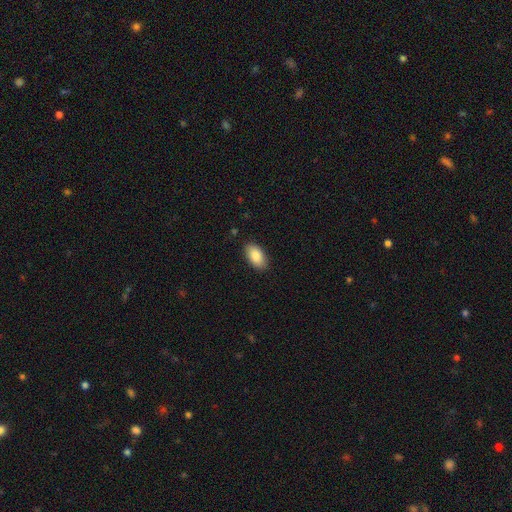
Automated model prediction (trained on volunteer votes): smooth-or-featured: smooth: 88% | star or artifact: 6% | featured or disk: 6%
  how-rounded: in between: 95% | round: 3% | cigar-shaped: 2%
  merging: none: 87% | minor disturbance: 9% | major disturbance: 2% | merger: 1%